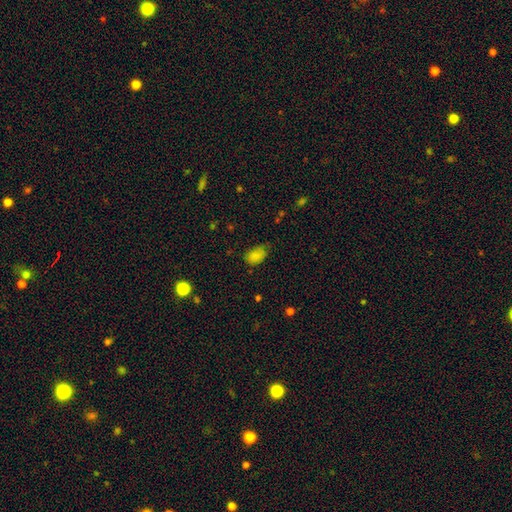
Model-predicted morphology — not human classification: Overall: smooth (84%). How rounded: in between (88%). Merging: none (60%; minor disturbance 31%).